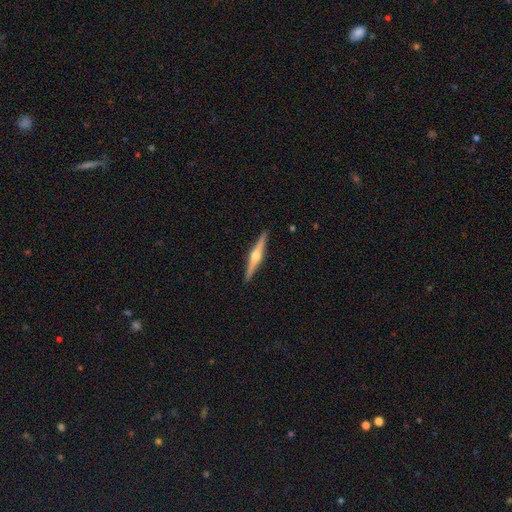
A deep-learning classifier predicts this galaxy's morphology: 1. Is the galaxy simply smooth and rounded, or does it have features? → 81% featured or disk, 14% smooth, 5% star or artifact.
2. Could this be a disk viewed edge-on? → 98% yes, 2% no.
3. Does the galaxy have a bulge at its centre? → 95% rounded, 3% boxy, 2% none.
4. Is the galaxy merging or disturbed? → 92% none, 5% minor disturbance, 1% major disturbance, 1% merger.